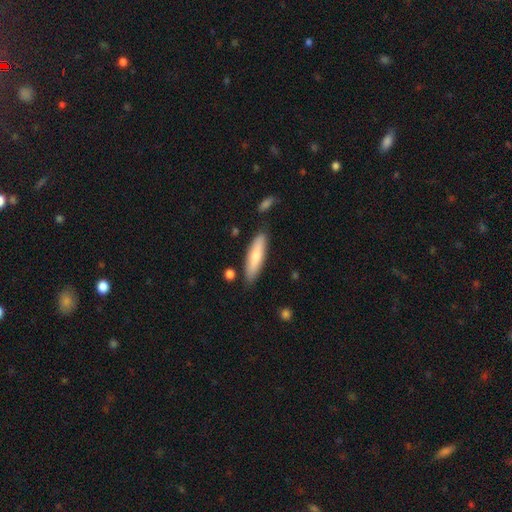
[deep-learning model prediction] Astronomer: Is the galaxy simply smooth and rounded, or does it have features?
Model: smooth — 73%.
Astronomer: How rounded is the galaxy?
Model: cigar-shaped — 66%.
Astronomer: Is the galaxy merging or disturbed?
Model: none — 82%.